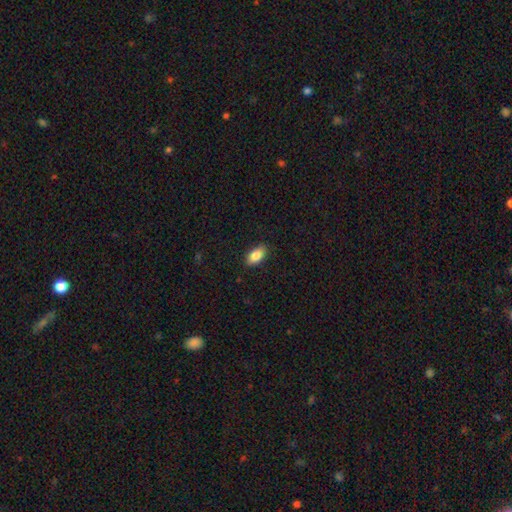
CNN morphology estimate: This is clearly a smooth galaxy (85%). How rounded: clearly in between (92%). Merging: clearly none (88%).